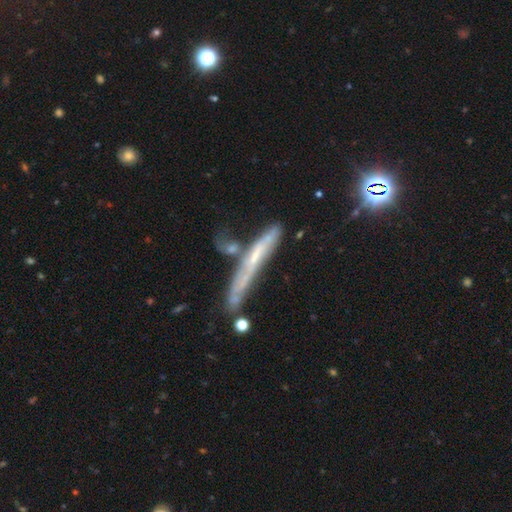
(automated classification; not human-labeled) featured or disk 59%, smooth 31%, star or artifact 10%. Down the decision tree: edge-on disk — yes (79%); merging — none (50%).